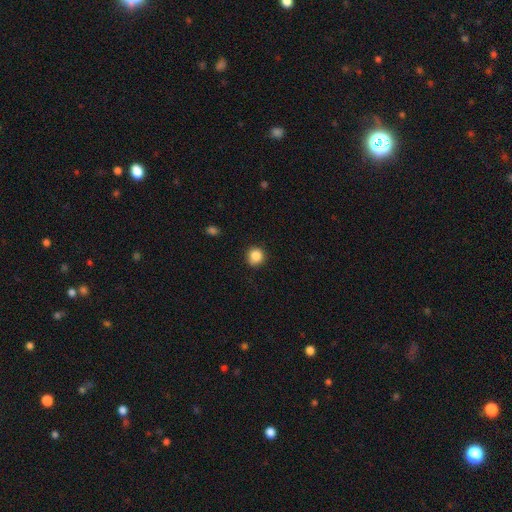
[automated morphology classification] Smooth or featured? smooth (86%)
How rounded? round (91%)
Merging? none (85%)